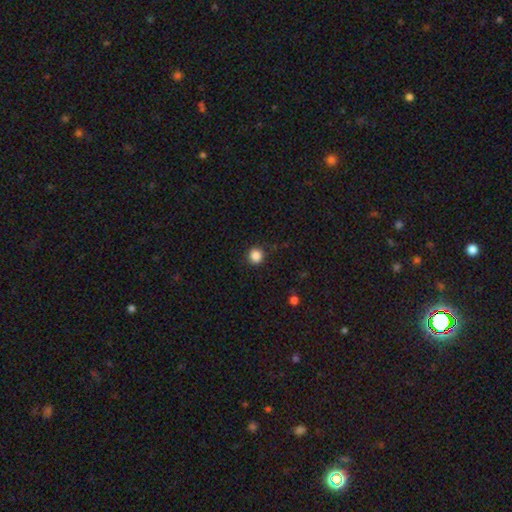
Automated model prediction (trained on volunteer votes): Smooth or featured? Predicted: smooth (p=0.86). How rounded? Predicted: round (p=0.93). Merging? Predicted: none (p=0.90).